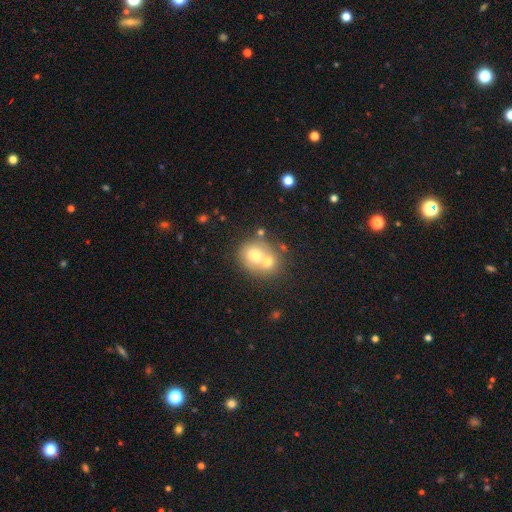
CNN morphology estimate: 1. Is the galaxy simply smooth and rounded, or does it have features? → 65% smooth, 25% featured or disk, 11% star or artifact.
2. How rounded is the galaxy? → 70% round, 29% in between, 1% cigar-shaped.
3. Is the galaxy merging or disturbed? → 56% merger, 33% none, 8% minor disturbance, 3% major disturbance.